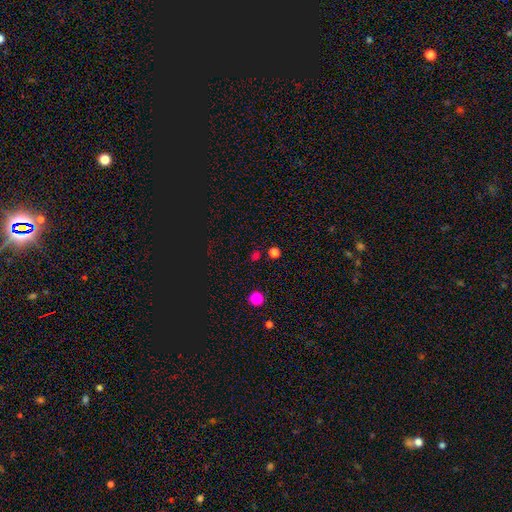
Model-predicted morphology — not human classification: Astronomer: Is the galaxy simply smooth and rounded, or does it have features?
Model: smooth — 63%.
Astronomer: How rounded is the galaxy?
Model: round — 83%.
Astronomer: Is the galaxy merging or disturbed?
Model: none — 86%.